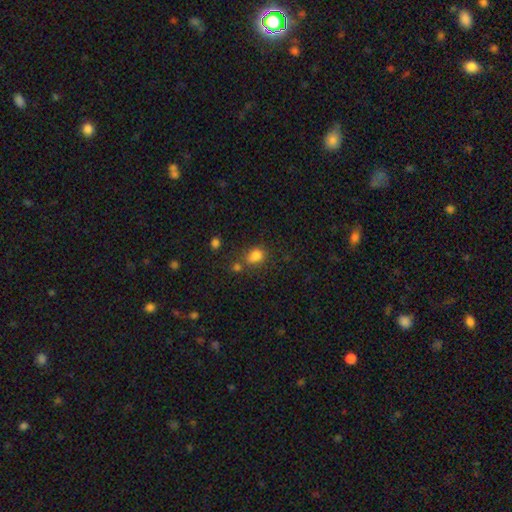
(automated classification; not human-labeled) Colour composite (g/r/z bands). It shows a smooth galaxy with no disk features (81%) that is in between round and cigar-shaped (59%). Merging: none (52%).